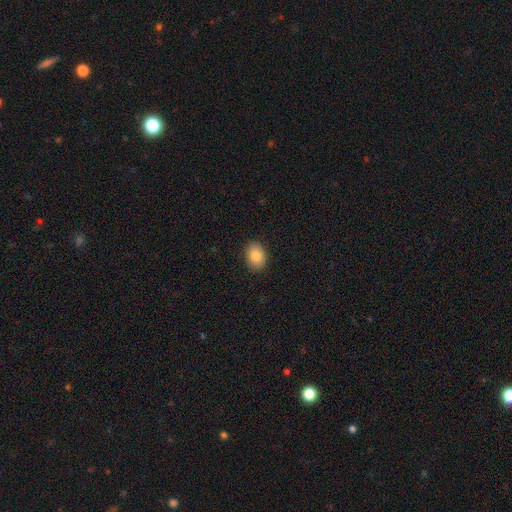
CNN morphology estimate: Smooth or featured? smooth (84%)
How rounded? in between (75%)
Merging? none (90%)